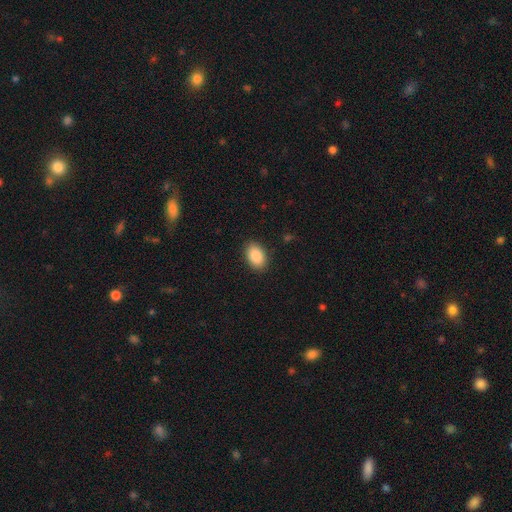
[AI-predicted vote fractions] A smooth galaxy with no disk features (88%) that is in between round and cigar-shaped (87%).

Vote fractions:
- Smooth or featured? smooth: 88% / star or artifact: 7% / featured or disk: 5%
- How rounded? in between: 87% / round: 11% / cigar-shaped: 1%
- Merging? none: 89% / minor disturbance: 8% / major disturbance: 2% / merger: 1%